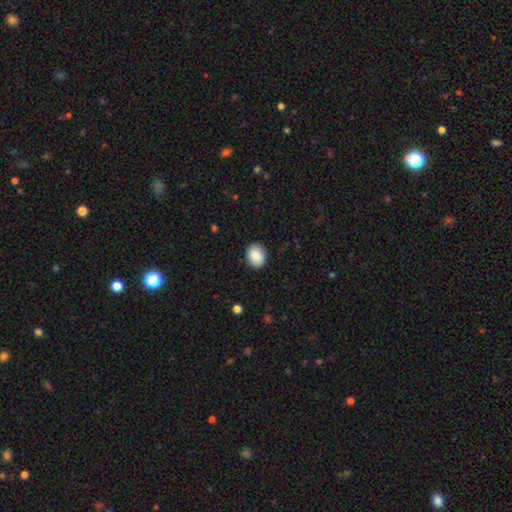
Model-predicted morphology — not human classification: Overall: smooth (86%). How rounded: in between (51%; round 49%). Merging: none (88%).